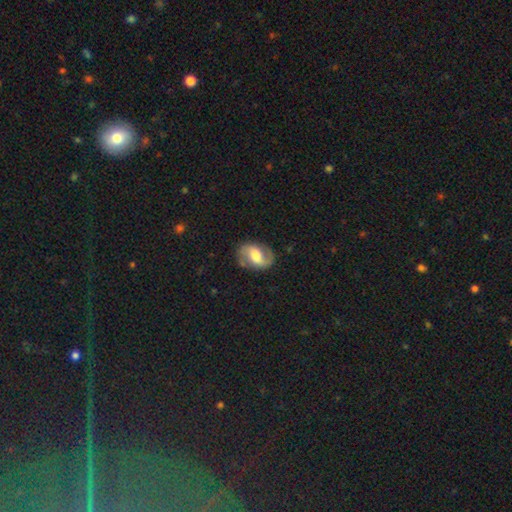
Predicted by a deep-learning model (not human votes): Smooth or featured?
  - featured or disk: 75% *
  - smooth: 19%
  - star or artifact: 6%
Edge-on disk?
  - no: 97% *
  - yes: 3%
Bar?
  - weak: 47% *
  - no: 29%
  - strong: 24%
Spiral arms?
  - yes: 91% *
  - no: 9%
Spiral winding?
  - medium: 48% *
  - loose: 34%
  - tight: 18%
Spiral arm count?
  - 2: 90% *
  - can't tell: 4%
  - 1: 3%
  - 3: 1%
  - 4: 1%
  - more than 4: 1%
Bulge size?
  - moderate: 51% *
  - large: 28%
  - small: 15%
  - none: 4%
  - dominant: 3%
Merging?
  - none: 80% *
  - minor disturbance: 14%
  - major disturbance: 5%
  - merger: 1%